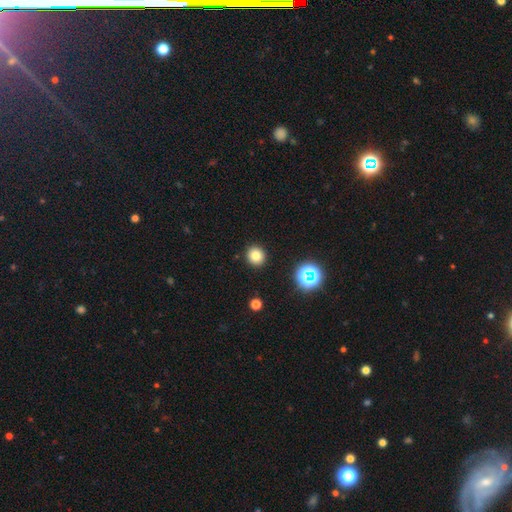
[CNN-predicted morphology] This appears to be a smooth galaxy with no disk features (78%) that is round (91%). Merging: none (92%).